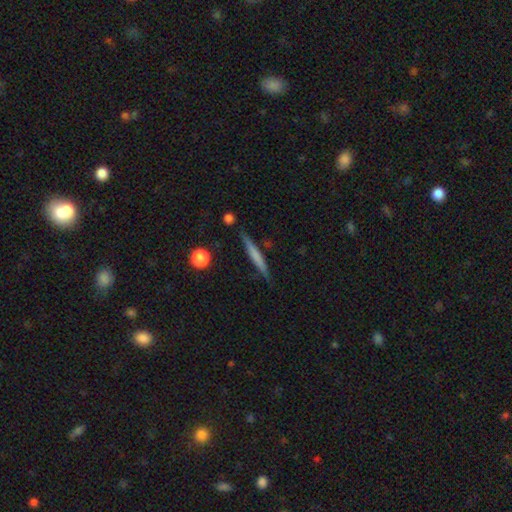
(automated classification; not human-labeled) This appears to be a smooth galaxy with no disk features (57%) that is cigar-shaped (95%). Merging: none (84%).